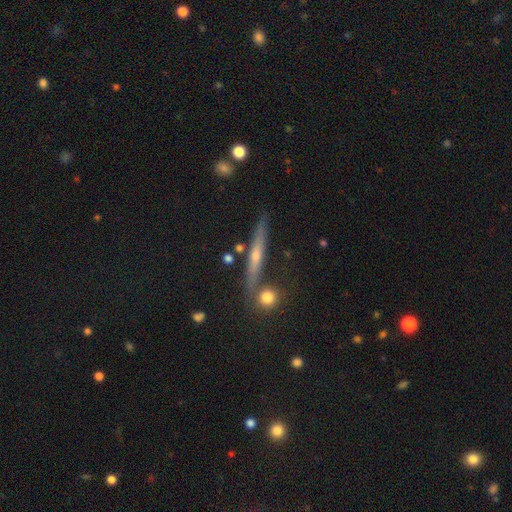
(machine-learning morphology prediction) featured or disk 59%, smooth 33%, star or artifact 8%. Down the decision tree: edge-on disk — yes (93%); edge-on bulge — rounded (60%); merging — none (80%).